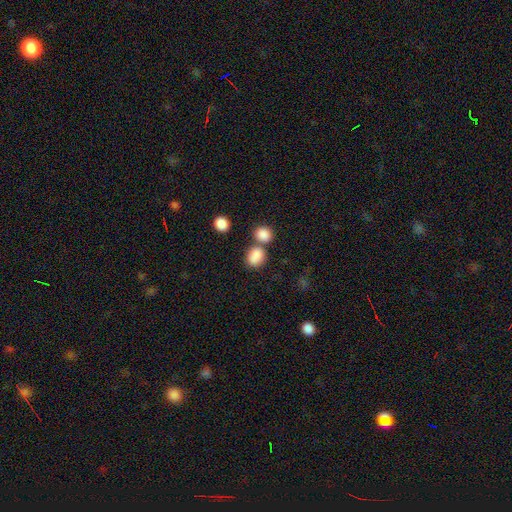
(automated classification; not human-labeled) Q: Smooth or featured?
A: smooth (86%); runner-up: star or artifact (9%)
Q: How rounded?
A: round (52%); runner-up: in between (47%)
Q: Merging?
A: none (53%); runner-up: merger (33%)